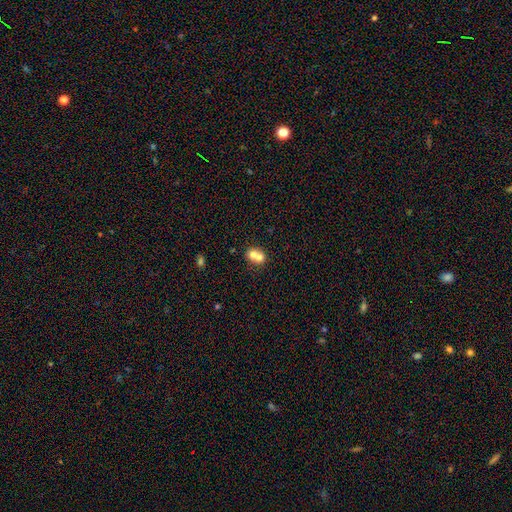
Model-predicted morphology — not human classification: Smooth or featured: smooth — 68% (featured or disk — 22%)
How rounded: round — 68% (in between — 31%)
Merging: merger — 70% (none — 23%)